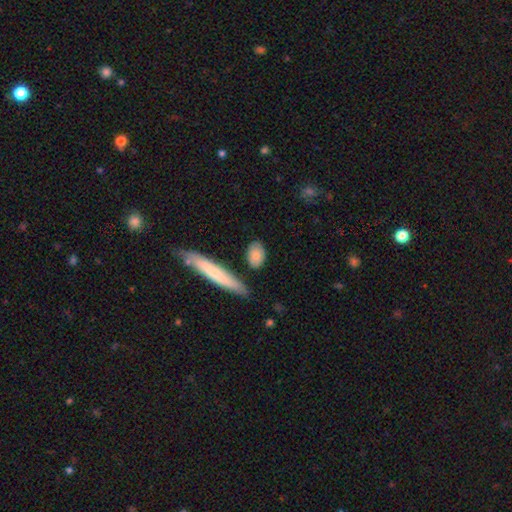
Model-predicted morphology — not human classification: A smooth galaxy with no disk features (82%) that is in between round and cigar-shaped (79%).

Vote fractions:
- Smooth or featured? smooth: 82% / featured or disk: 12% / star or artifact: 6%
- How rounded? in between: 79% / cigar-shaped: 12% / round: 9%
- Merging? none: 77% / minor disturbance: 14% / merger: 5% / major disturbance: 4%